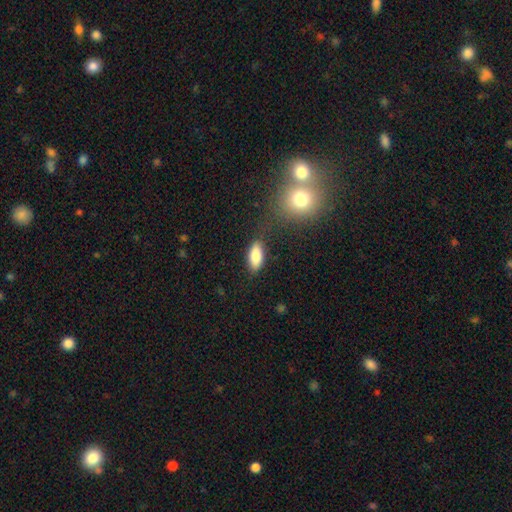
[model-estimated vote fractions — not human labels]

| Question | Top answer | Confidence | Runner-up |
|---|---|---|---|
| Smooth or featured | smooth | 85% | featured or disk (8%) |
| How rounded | in between | 85% | cigar-shaped (12%) |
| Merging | none | 80% | minor disturbance (13%) |